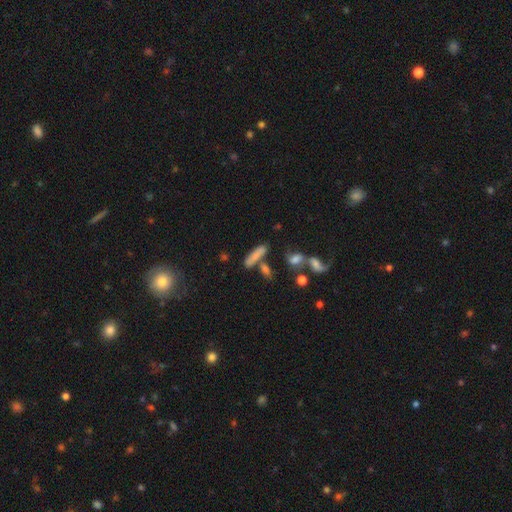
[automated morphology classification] A smooth galaxy with no disk features (74%) that is cigar-shaped (71%).

Vote fractions:
- Smooth or featured? smooth: 74% / featured or disk: 16% / star or artifact: 10%
- How rounded? cigar-shaped: 71% / in between: 25% / round: 4%
- Merging? none: 58% / merger: 21% / minor disturbance: 15% / major disturbance: 6%